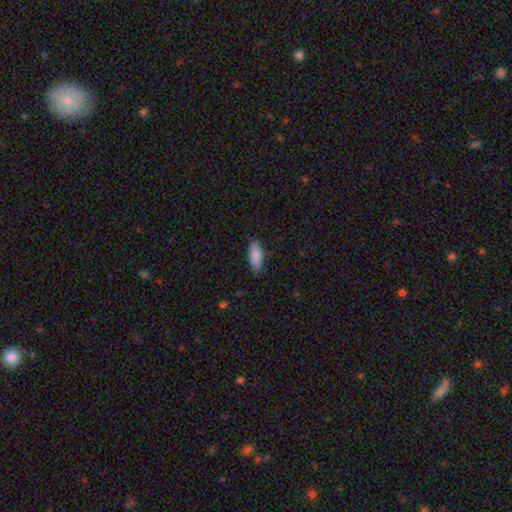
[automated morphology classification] smooth_or_featured: smooth (p=0.88) [alt: featured or disk p=0.06]
how_rounded: in between (p=0.75) [alt: cigar-shaped p=0.23]
merging: none (p=0.85) [alt: minor disturbance p=0.12]